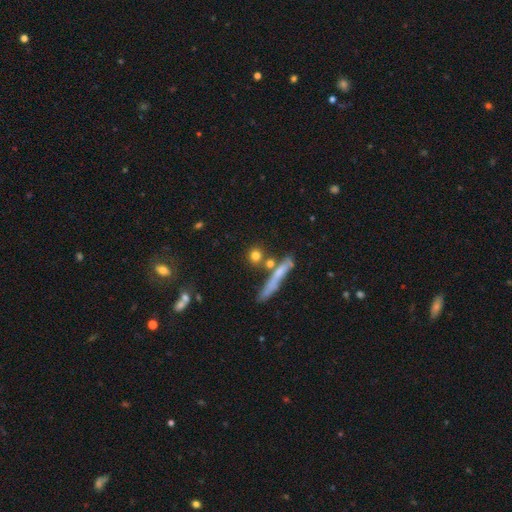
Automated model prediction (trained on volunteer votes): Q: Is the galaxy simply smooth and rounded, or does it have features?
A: smooth — 72%.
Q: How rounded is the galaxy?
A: round — 73%.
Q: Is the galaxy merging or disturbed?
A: none — 70%.